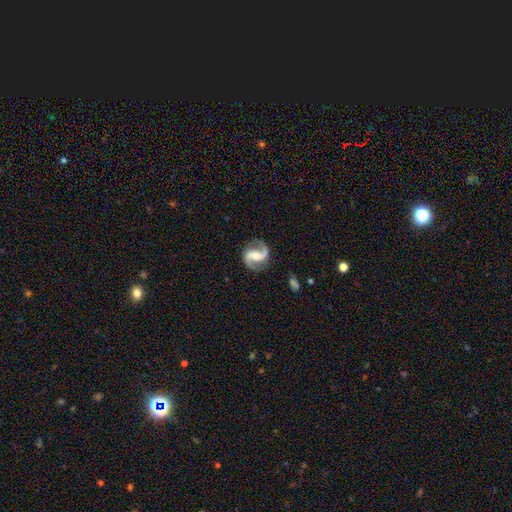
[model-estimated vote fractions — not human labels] This appears to be a featured or disk galaxy (91%) with a weak bar (39%), 2 (94%) medium (50%) spiral arms (98%) and a moderate central bulge (58%). Merging: none (84%).